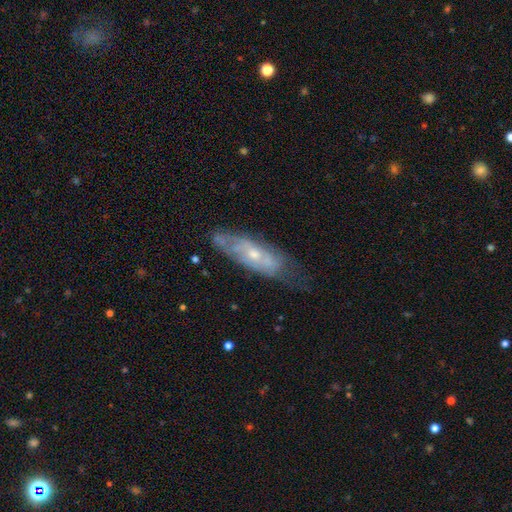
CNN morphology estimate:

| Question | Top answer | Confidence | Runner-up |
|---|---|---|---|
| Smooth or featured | featured or disk | 64% | smooth (27%) |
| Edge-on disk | no | 71% | yes (29%) |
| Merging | none | 65% | minor disturbance (25%) |